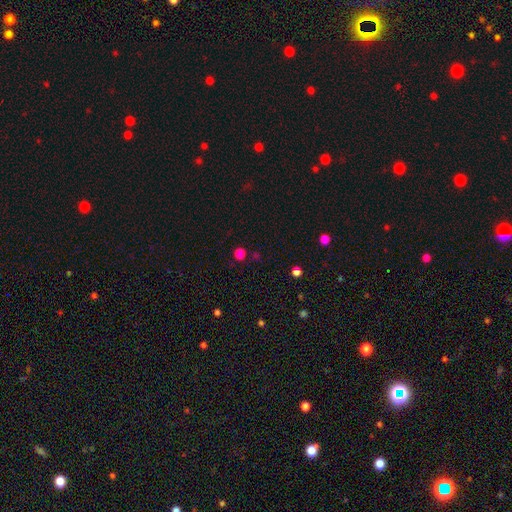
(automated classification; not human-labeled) Overall: smooth (68%; star or artifact 28%). How rounded: round (90%). Merging: none (86%).